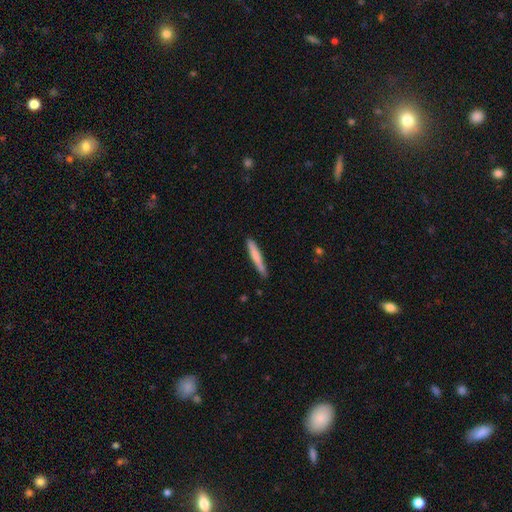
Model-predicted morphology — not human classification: A smooth galaxy with no disk features (71%) that is cigar-shaped (95%). Merging: none (83%).